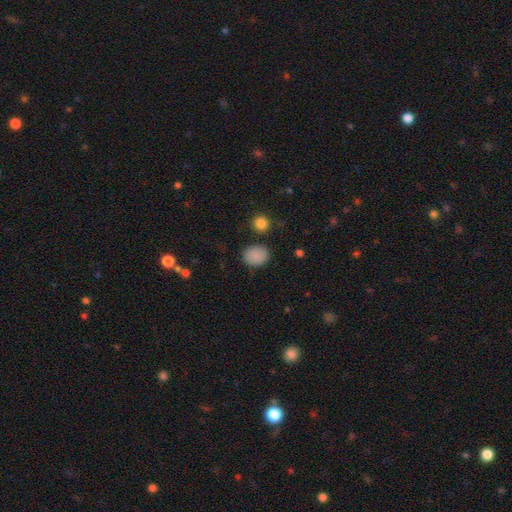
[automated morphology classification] A smooth galaxy with no disk features (86%) that is round (60%).

Vote fractions:
- Smooth or featured? smooth: 86% / star or artifact: 10% / featured or disk: 4%
- How rounded? round: 60% / in between: 39% / cigar-shaped: 1%
- Merging? none: 83% / minor disturbance: 11% / major disturbance: 3% / merger: 3%